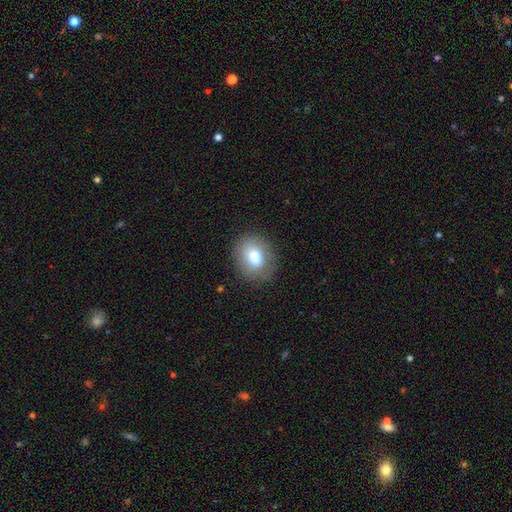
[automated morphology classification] Smooth or featured: smooth — 76% (featured or disk — 15%)
How rounded: in between — 51% (round — 48%)
Merging: none — 80% (minor disturbance — 14%)